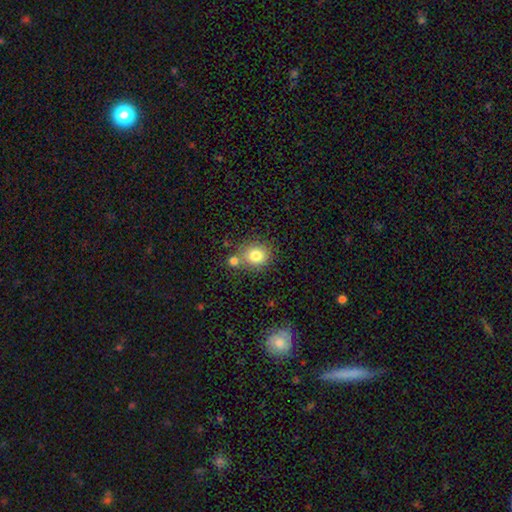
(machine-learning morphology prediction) A smooth galaxy with no disk features (79%) that is round (76%). Merging: none (61%).